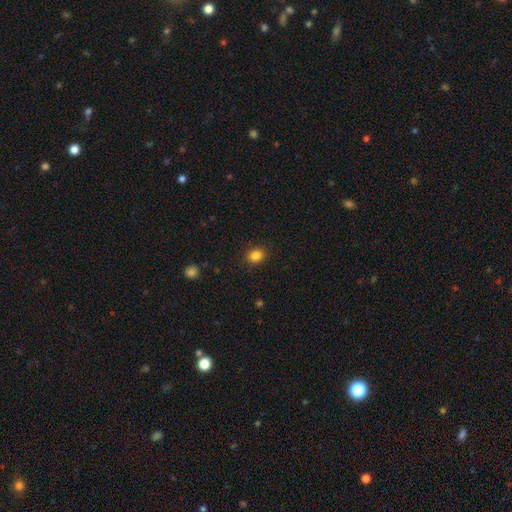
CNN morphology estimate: smooth 84%, star or artifact 11%, featured or disk 4%. Down the decision tree: how rounded — round (62%); merging — none (88%).